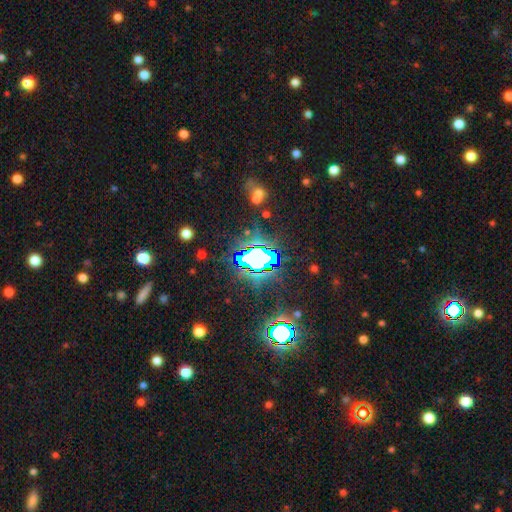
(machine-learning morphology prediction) Overall: star or artifact (70%).